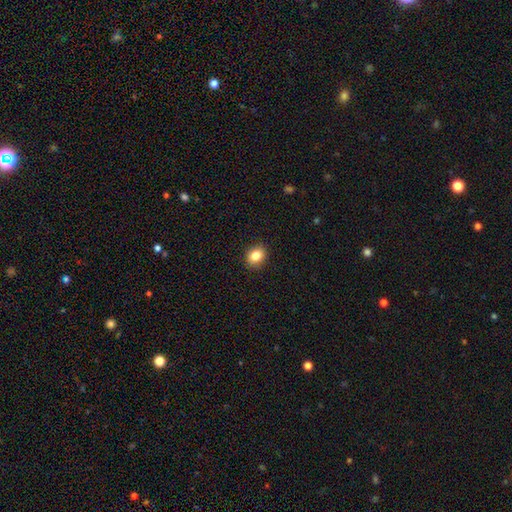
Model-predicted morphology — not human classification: Smooth or featured: smooth — 84% (star or artifact — 10%)
How rounded: round — 55% (in between — 44%)
Merging: none — 90% (minor disturbance — 8%)